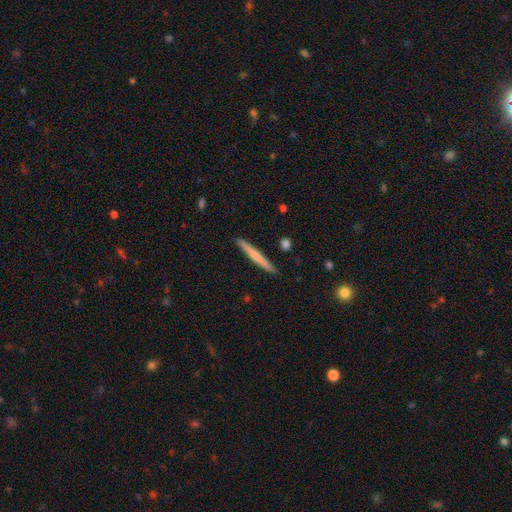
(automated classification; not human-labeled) smooth_or_featured: smooth (p=0.52) [alt: featured or disk p=0.42]
how_rounded: cigar-shaped (p=0.96) [alt: in between p=0.02]
merging: none (p=0.91) [alt: minor disturbance p=0.06]